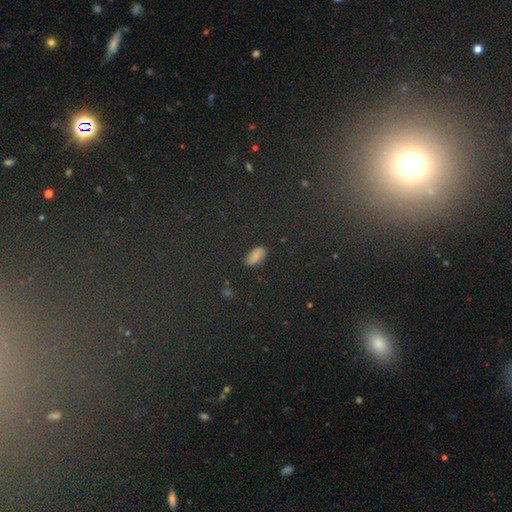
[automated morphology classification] A smooth galaxy with no disk features (53%) that is in between round and cigar-shaped (87%).

Vote fractions:
- Smooth or featured? smooth: 53% / star or artifact: 33% / featured or disk: 14%
- How rounded? in between: 87% / round: 7% / cigar-shaped: 7%
- Merging? none: 79% / minor disturbance: 14% / major disturbance: 4% / merger: 3%